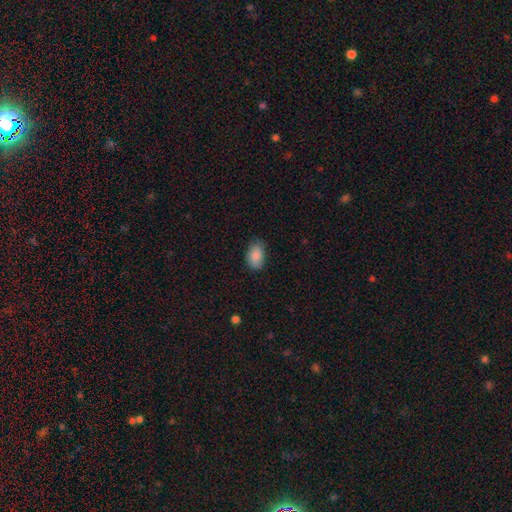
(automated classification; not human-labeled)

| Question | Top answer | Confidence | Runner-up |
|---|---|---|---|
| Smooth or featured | smooth | 88% | star or artifact (7%) |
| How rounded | in between | 88% | round (10%) |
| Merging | none | 79% | minor disturbance (17%) |